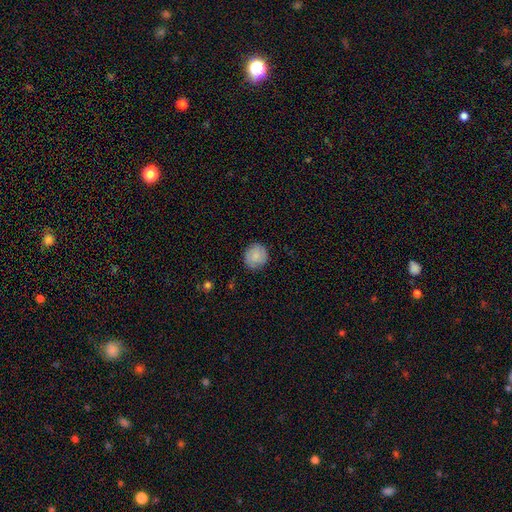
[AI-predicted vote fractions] smooth 75%, featured or disk 17%, star or artifact 8%. Down the decision tree: how rounded — round (88%); merging — none (83%).